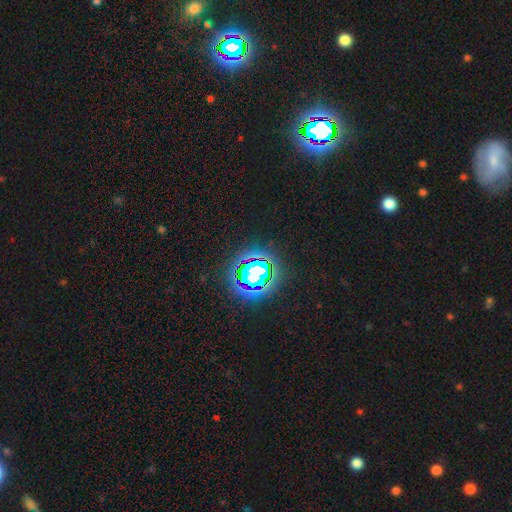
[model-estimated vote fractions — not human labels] A star or artifact, not a galaxy (81%).

Vote fractions:
- Smooth or featured? star or artifact: 81% / smooth: 13% / featured or disk: 7%